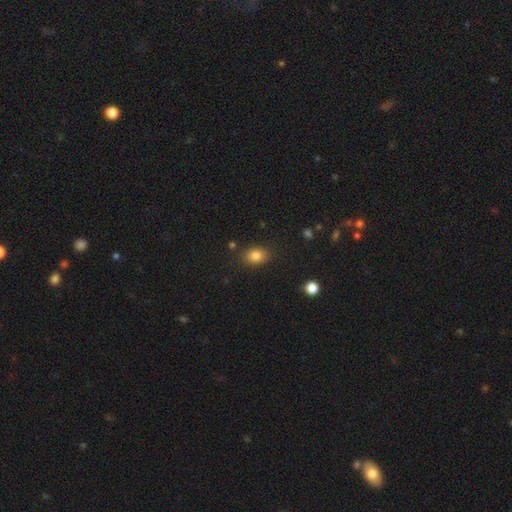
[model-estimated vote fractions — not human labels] Q: Smooth or featured?
A: smooth (83%); runner-up: star or artifact (11%)
Q: How rounded?
A: in between (65%); runner-up: round (34%)
Q: Merging?
A: none (85%); runner-up: minor disturbance (10%)